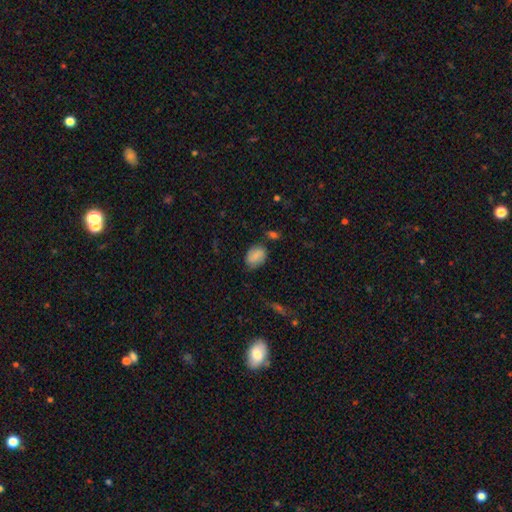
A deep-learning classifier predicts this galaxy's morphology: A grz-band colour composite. It shows a smooth galaxy with no disk features (76%) that is in between round and cigar-shaped (73%). Merging: none (71%).